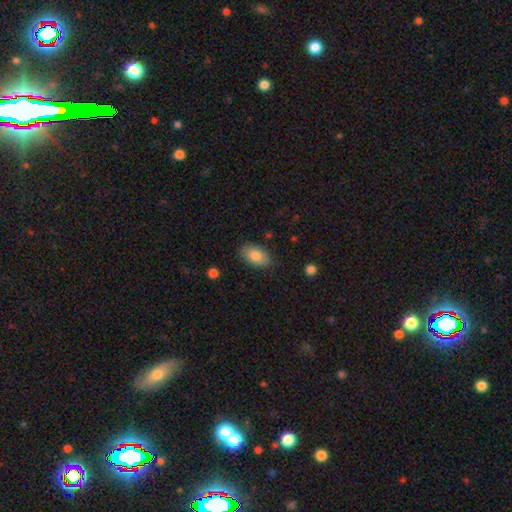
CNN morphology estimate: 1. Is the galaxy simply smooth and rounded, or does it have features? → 84% smooth, 10% featured or disk, 7% star or artifact.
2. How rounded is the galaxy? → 92% in between, 7% round, 2% cigar-shaped.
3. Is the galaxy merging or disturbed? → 83% none, 13% minor disturbance, 3% major disturbance, 1% merger.